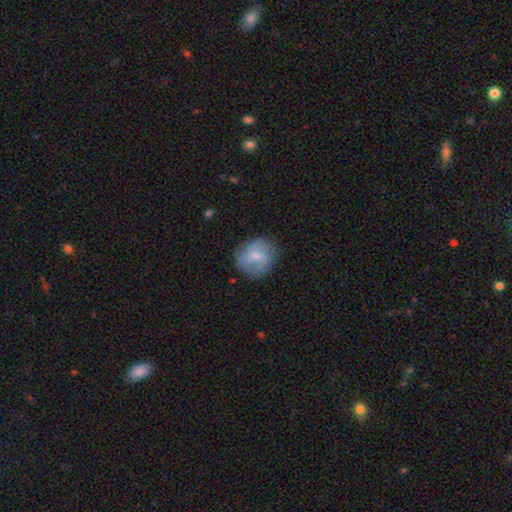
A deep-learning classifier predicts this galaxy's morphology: Overall: smooth (60%; featured or disk 33%). How rounded: round (81%). Merging: none (74%).